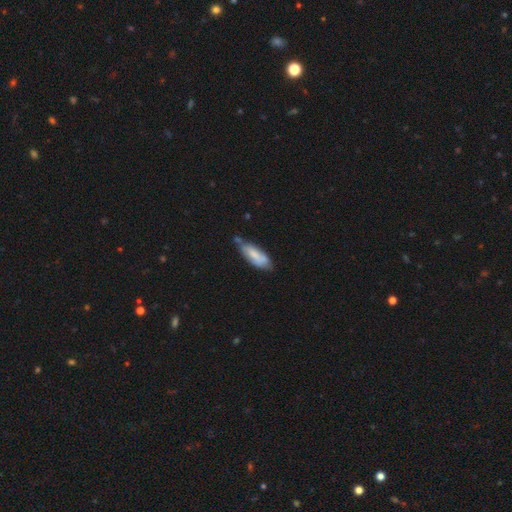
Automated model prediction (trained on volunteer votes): Overall: smooth (70%). How rounded: in between (63%; cigar-shaped 35%). Merging: none (51%; minor disturbance 30%).